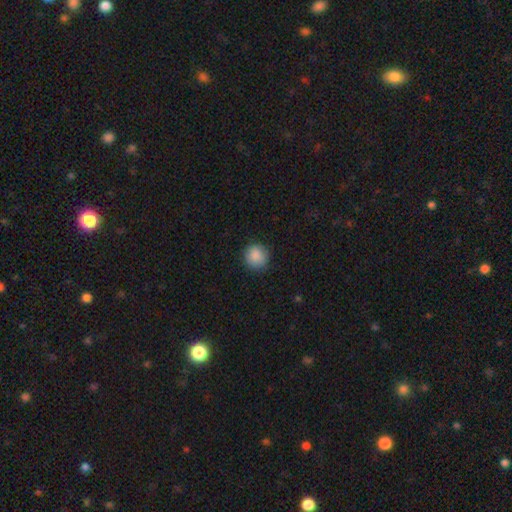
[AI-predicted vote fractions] This is clearly a smooth galaxy (89%). How rounded: clearly round (93%). Merging: clearly none (88%).